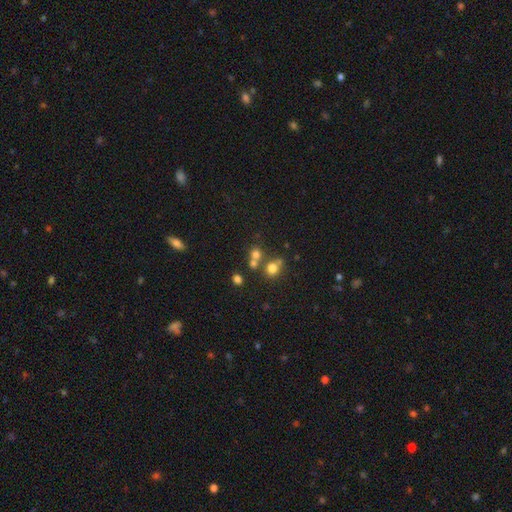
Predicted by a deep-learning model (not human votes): Morphology: type=smooth (65%); roundness=round (78%); merging=none (51%).